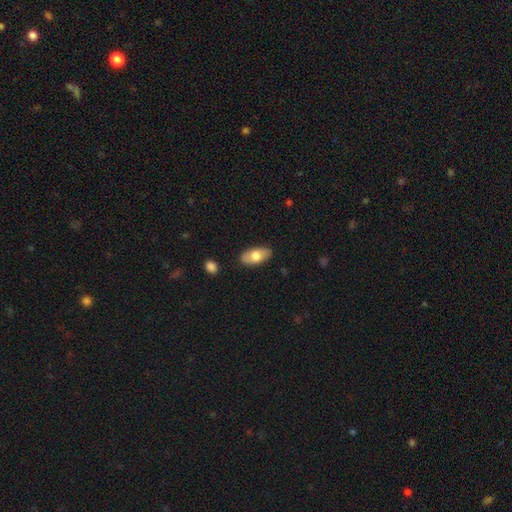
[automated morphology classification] Q: Smooth or featured?
A: smooth (73%); runner-up: featured or disk (21%)
Q: How rounded?
A: in between (91%); runner-up: cigar-shaped (5%)
Q: Merging?
A: none (86%); runner-up: minor disturbance (11%)